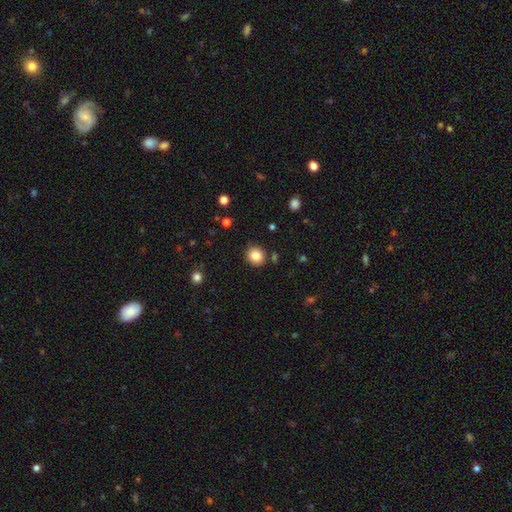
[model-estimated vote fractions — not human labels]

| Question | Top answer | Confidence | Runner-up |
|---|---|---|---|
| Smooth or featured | smooth | 84% | star or artifact (10%) |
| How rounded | round | 86% | in between (13%) |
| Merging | none | 88% | minor disturbance (7%) |